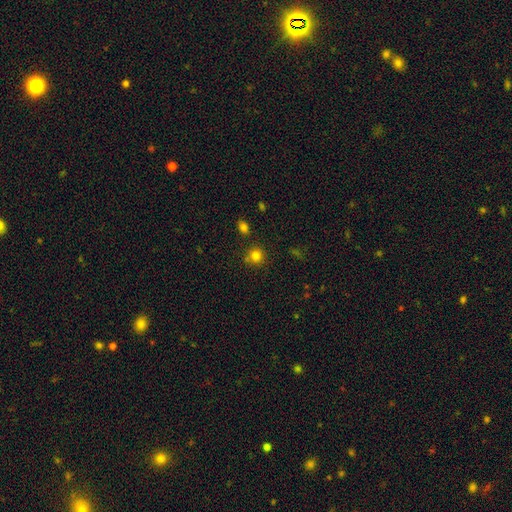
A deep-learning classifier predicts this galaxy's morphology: type=smooth (80%); roundness=round (88%); merging=none (76%).